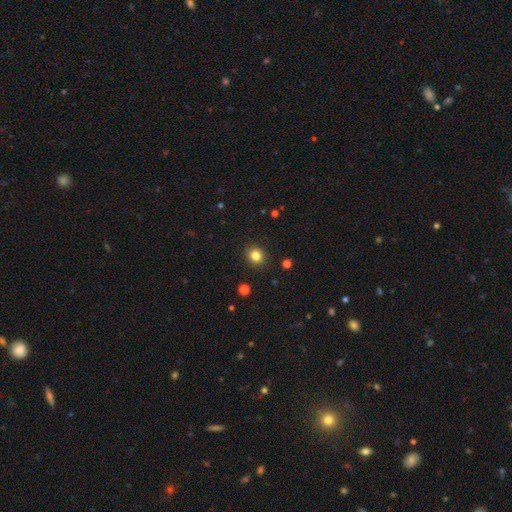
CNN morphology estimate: Smooth or featured: smooth — 82% (star or artifact — 12%)
How rounded: round — 79% (in between — 20%)
Merging: none — 91% (minor disturbance — 6%)